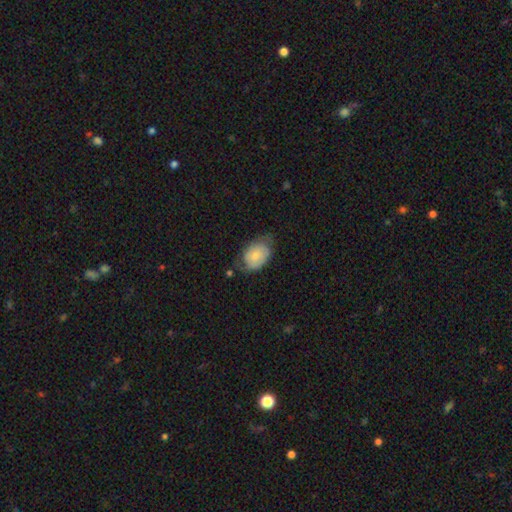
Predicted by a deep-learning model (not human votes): smooth_or_featured: smooth (p=0.62) [alt: featured or disk p=0.31]
how_rounded: in between (p=0.81) [alt: round p=0.18]
merging: none (p=0.46) [alt: minor disturbance p=0.37]